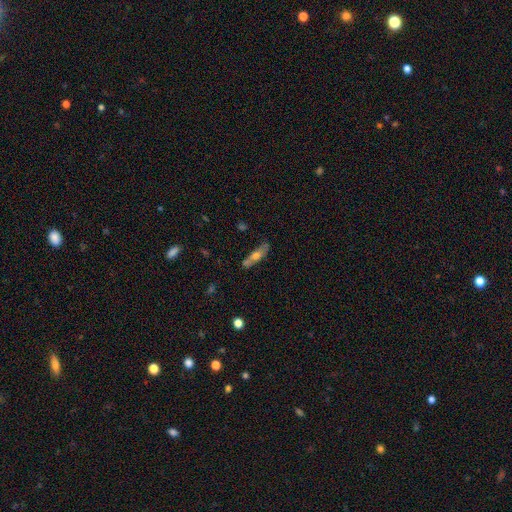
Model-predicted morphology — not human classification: Smooth or featured: smooth — 53% (featured or disk — 40%)
How rounded: cigar-shaped — 62% (in between — 35%)
Merging: none — 70% (minor disturbance — 18%)